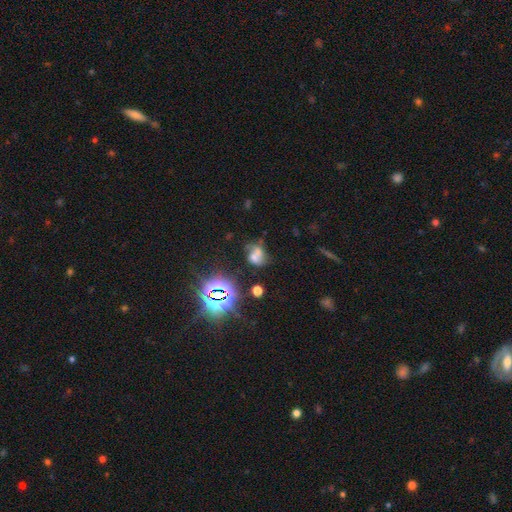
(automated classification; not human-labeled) Smooth or featured?
  - smooth: 45% *
  - featured or disk: 28%
  - star or artifact: 27%
Merging?
  - merger: 39% *
  - none: 30%
  - minor disturbance: 16%
  - major disturbance: 14%